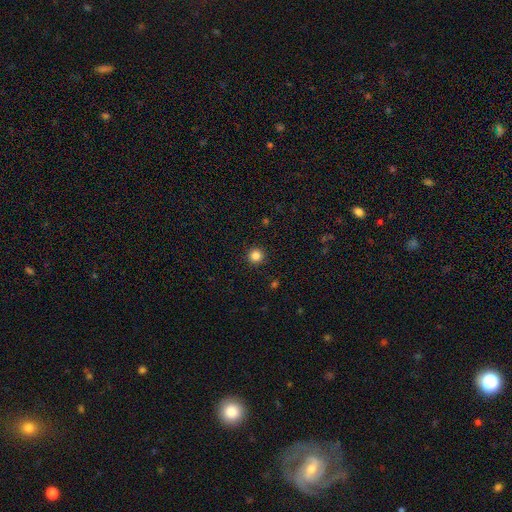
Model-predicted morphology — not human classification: Q: Smooth or featured?
A: smooth (84%); runner-up: star or artifact (12%)
Q: How rounded?
A: round (96%); runner-up: in between (3%)
Q: Merging?
A: none (93%); runner-up: minor disturbance (4%)